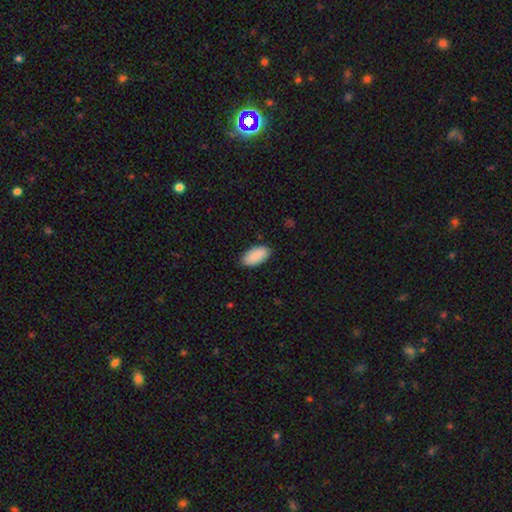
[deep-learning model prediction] Smooth or featured?
  - smooth: 90% *
  - star or artifact: 6%
  - featured or disk: 4%
How rounded?
  - in between: 94% *
  - cigar-shaped: 4%
  - round: 2%
Merging?
  - none: 85% *
  - minor disturbance: 12%
  - major disturbance: 2%
  - merger: 1%